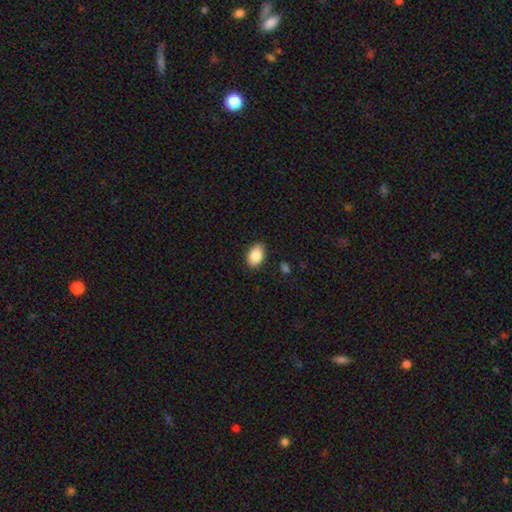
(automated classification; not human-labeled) A smooth galaxy with no disk features (86%) that is in between round and cigar-shaped (88%).

Vote fractions:
- Smooth or featured? smooth: 86% / star or artifact: 7% / featured or disk: 6%
- How rounded? in between: 88% / round: 11% / cigar-shaped: 1%
- Merging? none: 88% / minor disturbance: 9% / major disturbance: 2% / merger: 1%